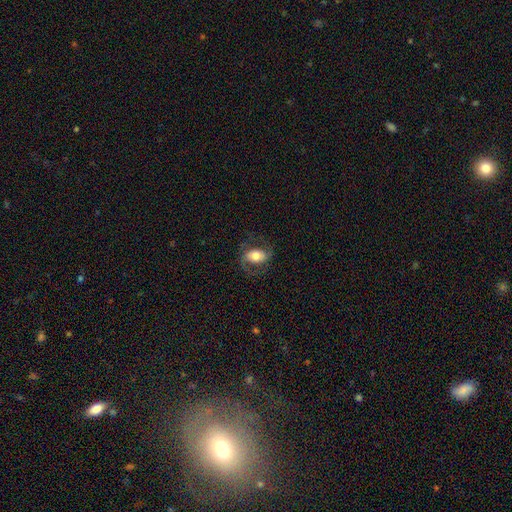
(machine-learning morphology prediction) Overall: featured or disk (61%; smooth 32%). Edge-on disk: no (95%). Bar: no (44%; weak 32%). Spiral arms: yes (86%). Bulge size: moderate (55%; large 29%). Merging: none (70%).